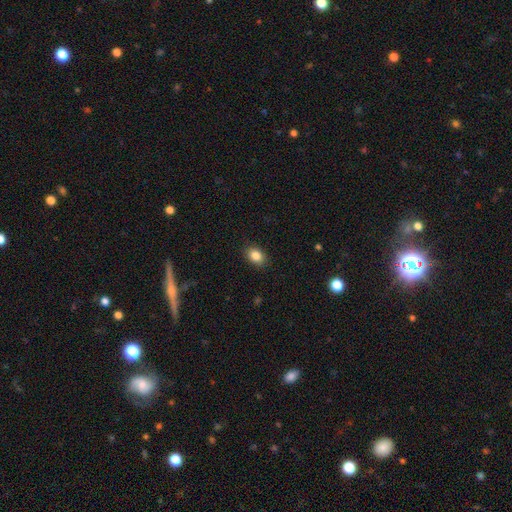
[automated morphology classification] Smooth or featured? Predicted: smooth (p=0.85). How rounded? Predicted: in between (p=0.76). Merging? Predicted: none (p=0.88).